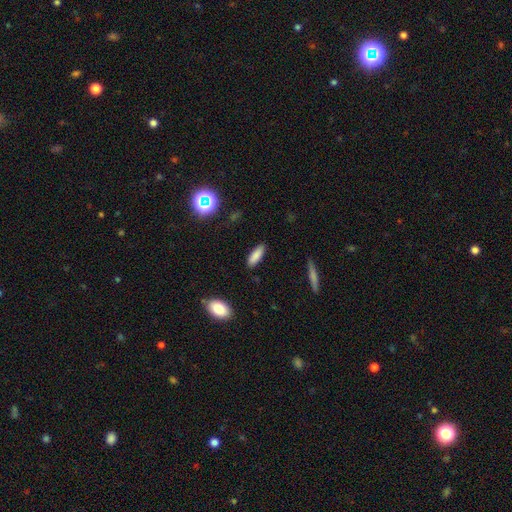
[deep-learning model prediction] Smooth or featured: smooth — 84% (star or artifact — 8%)
How rounded: in between — 59% (cigar-shaped — 39%)
Merging: none — 88% (minor disturbance — 9%)